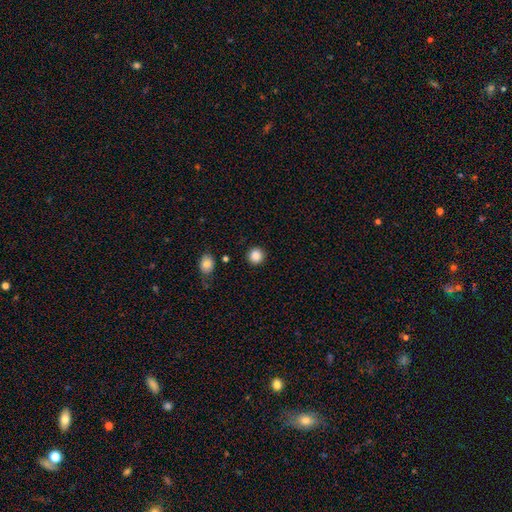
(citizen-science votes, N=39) Morphology: type=smooth (82%); roundness=round (100%); merging=none (89%).